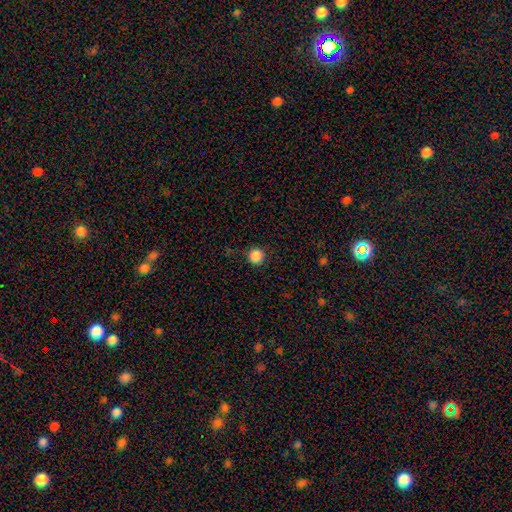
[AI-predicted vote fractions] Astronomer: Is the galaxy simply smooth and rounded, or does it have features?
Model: smooth — 87%.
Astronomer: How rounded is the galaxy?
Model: round — 95%.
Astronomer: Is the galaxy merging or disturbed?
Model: none — 89%.